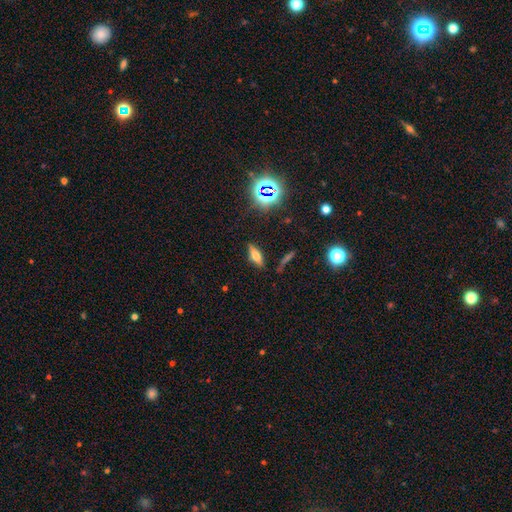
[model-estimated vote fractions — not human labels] Smooth or featured? Predicted: featured or disk (p=0.42). Merging? Predicted: none (p=0.83).